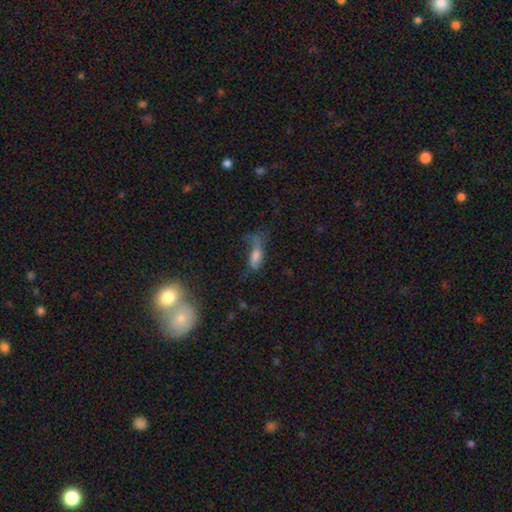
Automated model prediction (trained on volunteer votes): smooth_or_featured: smooth (p=0.60) [alt: featured or disk p=0.26]
how_rounded: in between (p=0.62) [alt: cigar-shaped p=0.33]
merging: major disturbance (p=0.36) [alt: none p=0.30]